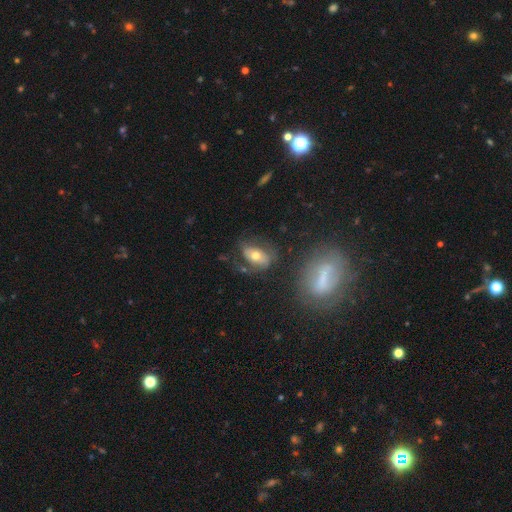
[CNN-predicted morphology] Smooth or featured? smooth (52%)
How rounded? in between (84%)
Merging? none (51%)